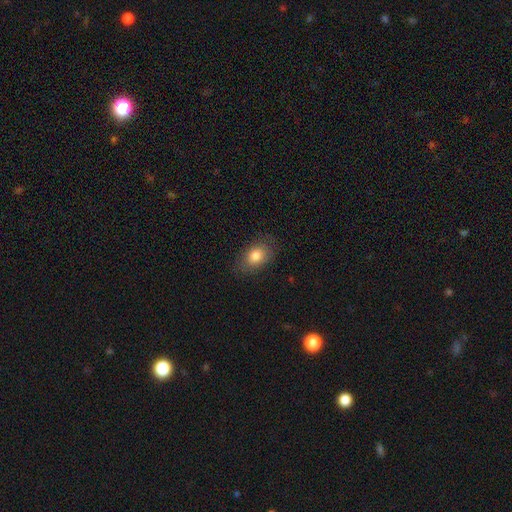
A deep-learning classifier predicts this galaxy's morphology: This is clearly a smooth galaxy (81%). How rounded: clearly in between (80%). Merging: likely none (78%).